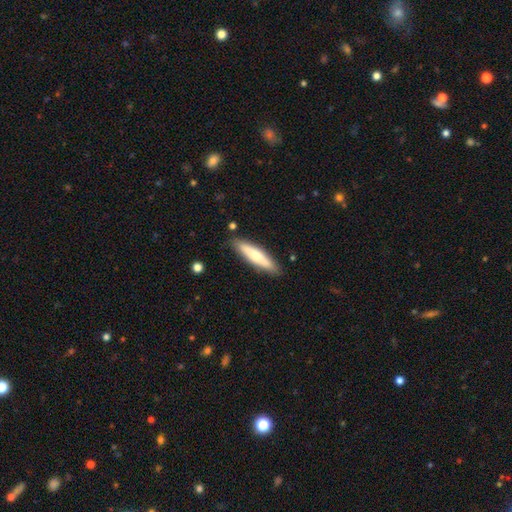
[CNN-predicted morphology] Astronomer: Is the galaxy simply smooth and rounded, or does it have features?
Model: smooth — 65%.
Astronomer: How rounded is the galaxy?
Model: cigar-shaped — 76%.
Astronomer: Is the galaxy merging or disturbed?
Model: none — 86%.